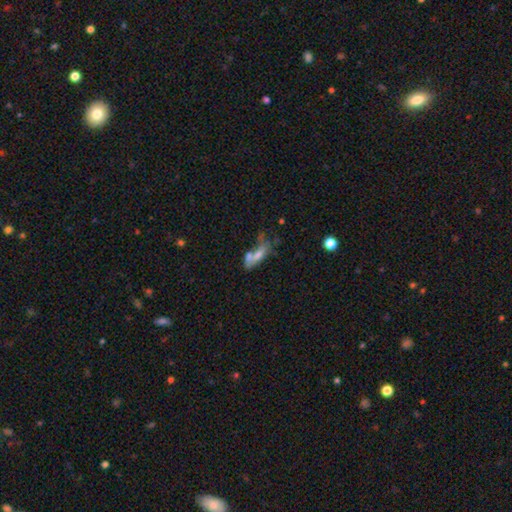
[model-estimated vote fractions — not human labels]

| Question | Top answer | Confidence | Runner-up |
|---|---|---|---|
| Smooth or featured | smooth | 57% | featured or disk (33%) |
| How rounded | in between | 64% | cigar-shaped (32%) |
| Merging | merger | 39% | none (28%) |